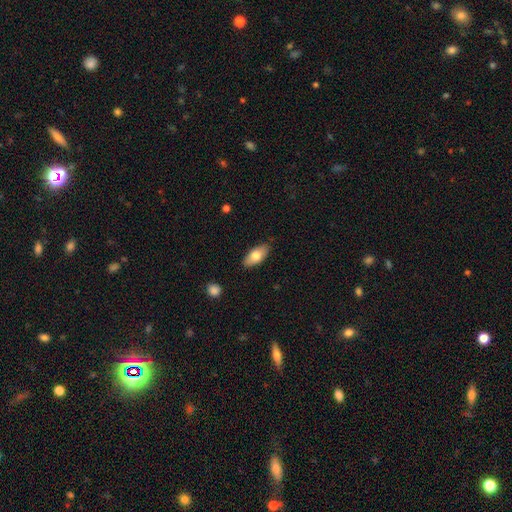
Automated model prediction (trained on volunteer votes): Morphology: type=smooth (75%); roundness=in between (87%); merging=none (86%).